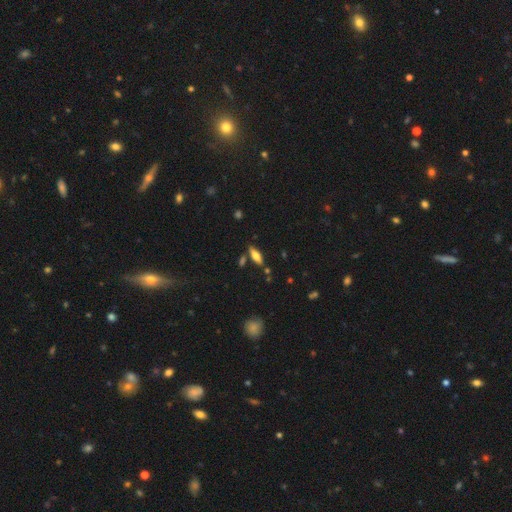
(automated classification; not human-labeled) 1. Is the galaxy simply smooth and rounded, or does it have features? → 54% smooth, 38% featured or disk, 8% star or artifact.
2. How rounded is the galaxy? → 54% in between, 44% cigar-shaped, 3% round.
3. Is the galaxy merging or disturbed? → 77% none, 13% minor disturbance, 7% merger, 3% major disturbance.